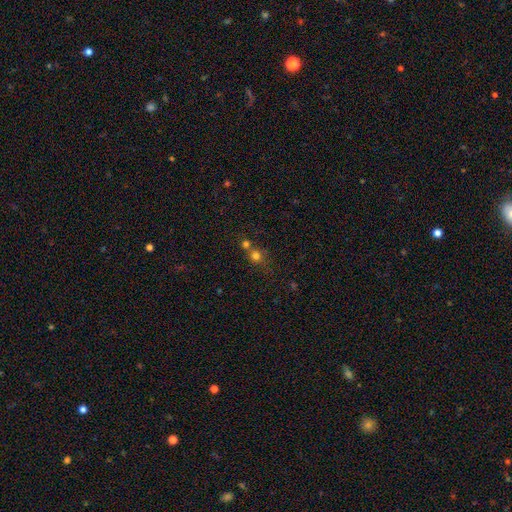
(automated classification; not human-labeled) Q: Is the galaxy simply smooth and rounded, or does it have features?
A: smooth — 74%.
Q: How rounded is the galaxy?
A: round — 85%.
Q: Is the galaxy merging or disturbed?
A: none — 50%.